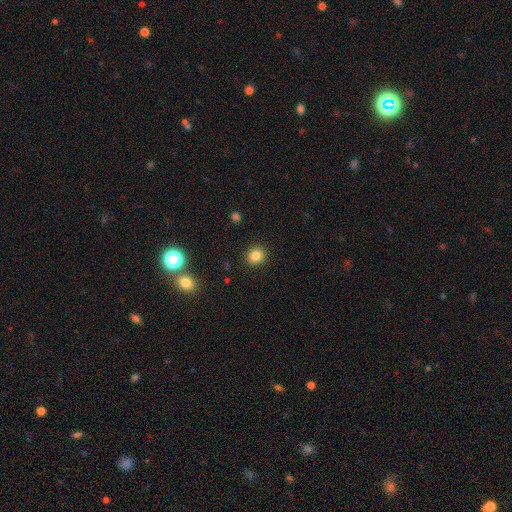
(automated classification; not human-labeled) Smooth or featured?
  - smooth: 83% *
  - star or artifact: 12%
  - featured or disk: 5%
How rounded?
  - round: 84% *
  - in between: 16%
  - cigar-shaped: 1%
Merging?
  - none: 91% *
  - minor disturbance: 6%
  - major disturbance: 2%
  - merger: 1%